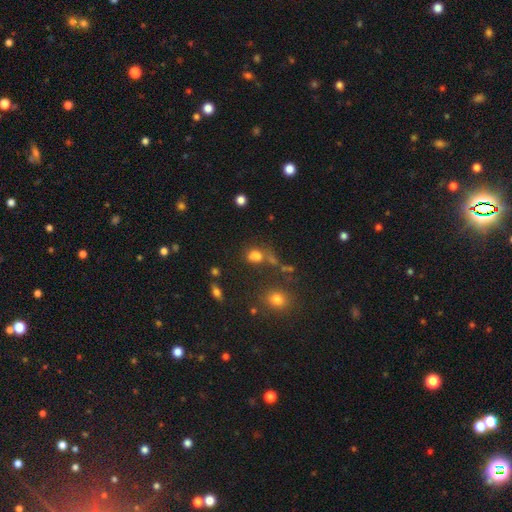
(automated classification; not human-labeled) Smooth or featured: smooth — 72% (star or artifact — 19%)
How rounded: in between — 58% (round — 39%)
Merging: none — 45% (merger — 26%)